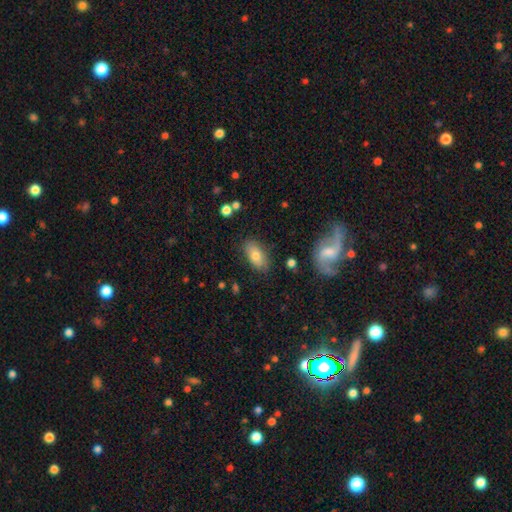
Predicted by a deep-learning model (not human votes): A smooth galaxy with no disk features (74%) that is in between round and cigar-shaped (91%).

Vote fractions:
- Smooth or featured? smooth: 74% / featured or disk: 18% / star or artifact: 8%
- How rounded? in between: 91% / round: 6% / cigar-shaped: 4%
- Merging? none: 81% / minor disturbance: 13% / major disturbance: 3% / merger: 2%